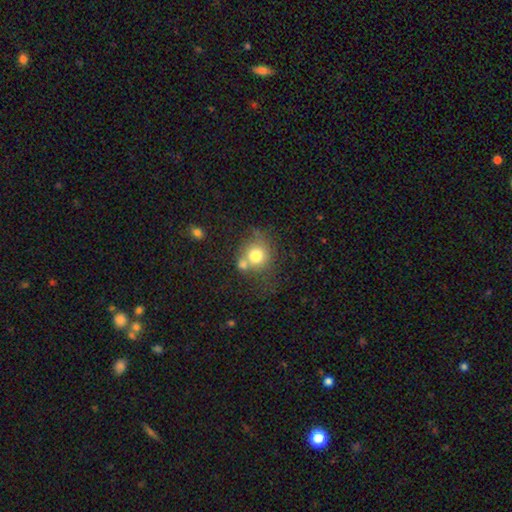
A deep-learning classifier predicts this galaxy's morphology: A smooth galaxy with no disk features (75%) that is round (81%). Merging: none (46%).